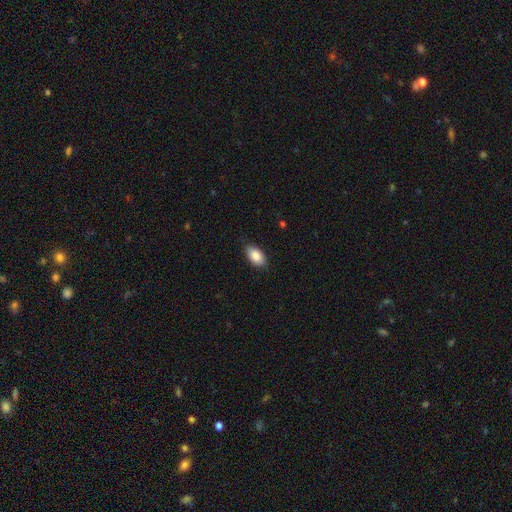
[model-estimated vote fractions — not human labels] Morphology: type=smooth (87%); roundness=in between (94%); merging=none (84%).